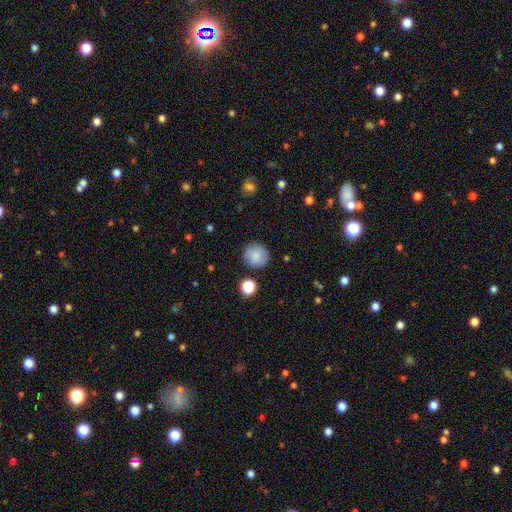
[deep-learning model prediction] A smooth galaxy with no disk features (82%) that is round (92%). Merging: none (83%).